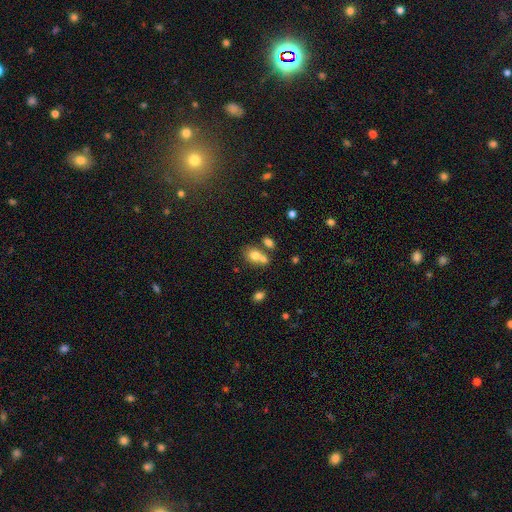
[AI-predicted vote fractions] smooth 74%, featured or disk 15%, star or artifact 11%. Down the decision tree: how rounded — in between (60%); merging — merger (49%).